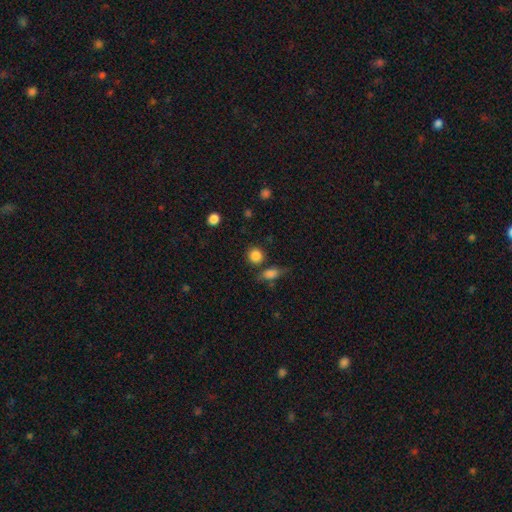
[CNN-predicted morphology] smooth 85%, star or artifact 10%, featured or disk 5%. Down the decision tree: how rounded — round (86%); merging — none (76%).